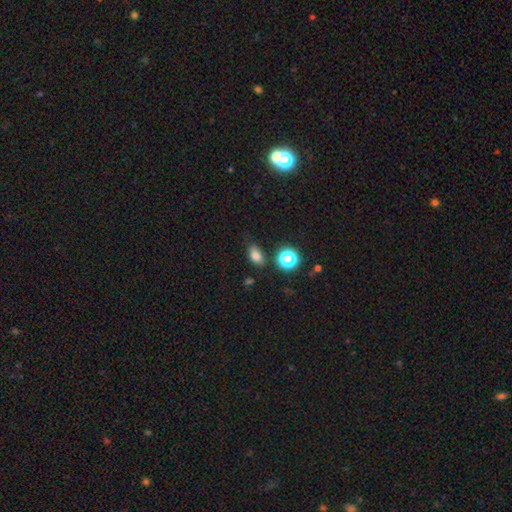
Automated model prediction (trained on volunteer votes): Overall: smooth (78%). How rounded: in between (80%). Merging: none (77%).